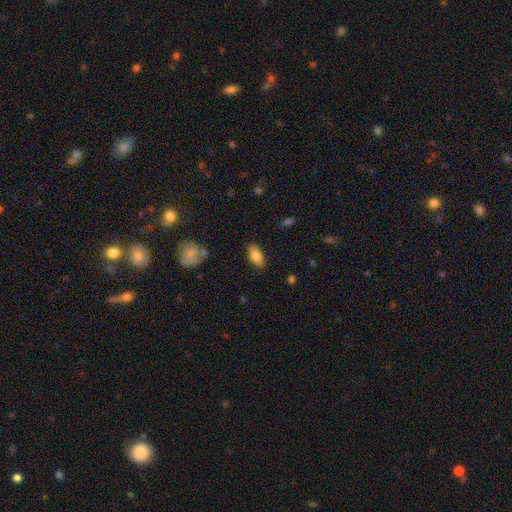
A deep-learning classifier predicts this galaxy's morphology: Q: Smooth or featured?
A: smooth (83%); runner-up: featured or disk (10%)
Q: How rounded?
A: in between (90%); runner-up: cigar-shaped (6%)
Q: Merging?
A: none (85%); runner-up: minor disturbance (11%)